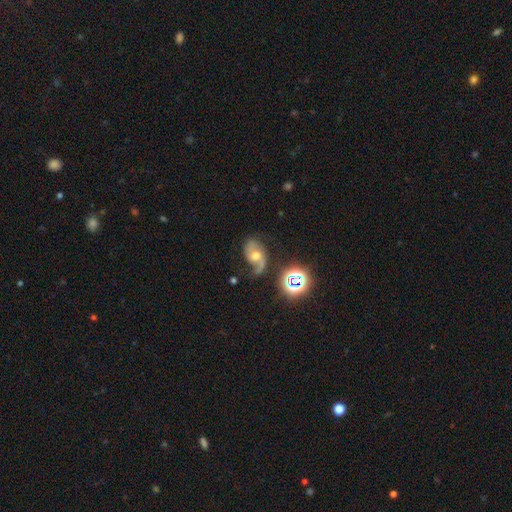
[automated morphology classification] type=featured or disk (70%); edge-on=no (97%); bar=no (60%); spiral arms=yes (90%); winding=loose (58%); arm count=2 (64%); bulge=moderate (66%); merging=none (45%).